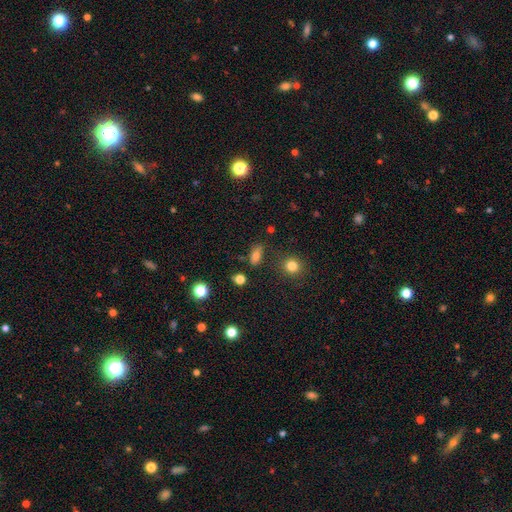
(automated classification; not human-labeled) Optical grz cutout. It shows a smooth galaxy with no disk features (75%) that is in between round and cigar-shaped (73%). Merging: none (73%).